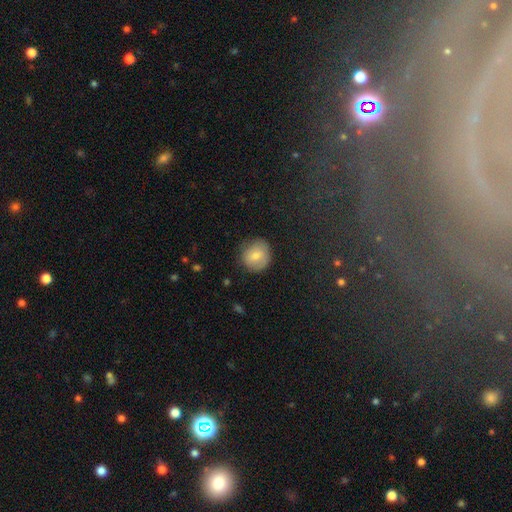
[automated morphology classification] type=smooth (74%); roundness=round (84%); merging=none (75%).